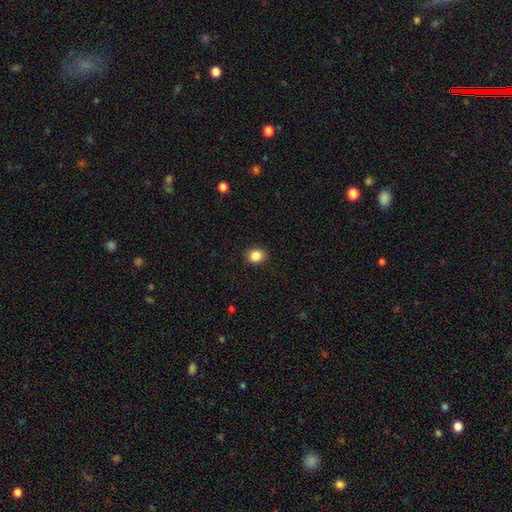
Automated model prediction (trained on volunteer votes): smooth_or_featured: smooth (p=0.86) [alt: star or artifact p=0.10]
how_rounded: round (p=0.67) [alt: in between p=0.32]
merging: none (p=0.90) [alt: minor disturbance p=0.08]